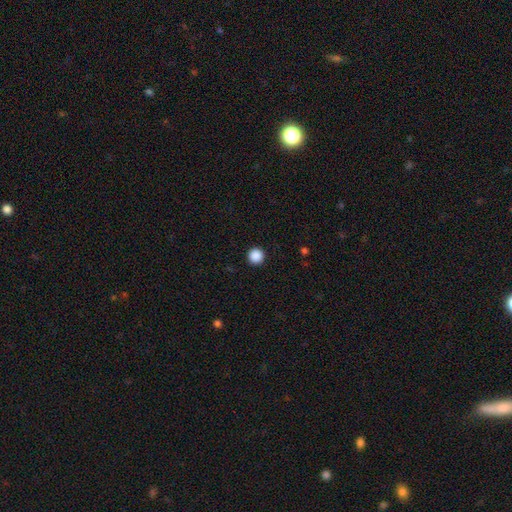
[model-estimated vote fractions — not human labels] A smooth galaxy with no disk features (89%) that is round (96%). Merging: none (94%).